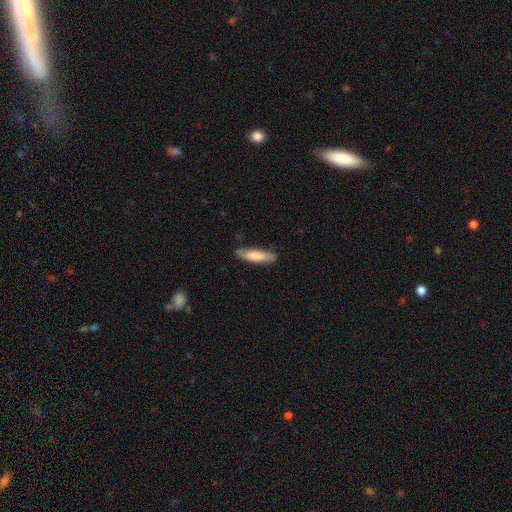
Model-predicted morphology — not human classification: A smooth galaxy with no disk features (78%) that is cigar-shaped (69%).

Vote fractions:
- Smooth or featured? smooth: 78% / featured or disk: 16% / star or artifact: 5%
- How rounded? cigar-shaped: 69% / in between: 29% / round: 1%
- Merging? none: 81% / minor disturbance: 15% / major disturbance: 3% / merger: 2%